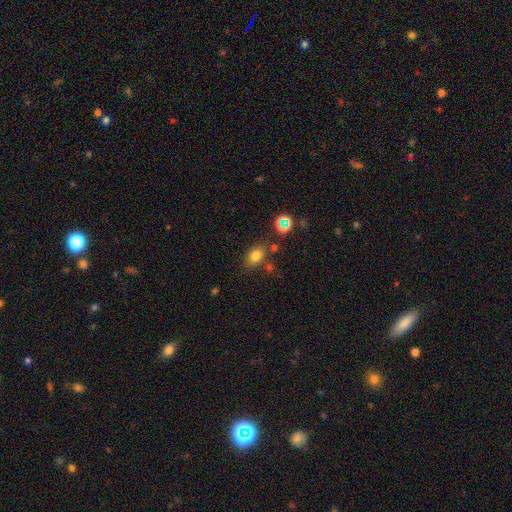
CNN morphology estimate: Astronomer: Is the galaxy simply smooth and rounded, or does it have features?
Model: smooth — 75%.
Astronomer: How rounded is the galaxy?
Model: in between — 69%.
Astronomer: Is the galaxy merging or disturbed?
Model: none — 74%.